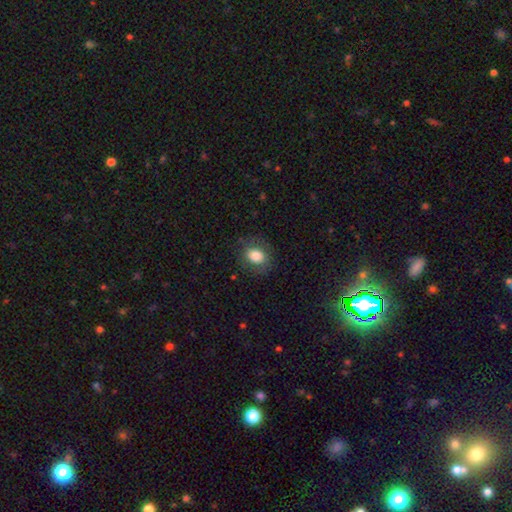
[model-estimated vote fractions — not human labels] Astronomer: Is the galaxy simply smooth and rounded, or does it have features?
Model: smooth — 80%.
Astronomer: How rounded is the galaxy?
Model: in between — 50% (runner-up: round, 49%).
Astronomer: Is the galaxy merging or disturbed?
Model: none — 81%.